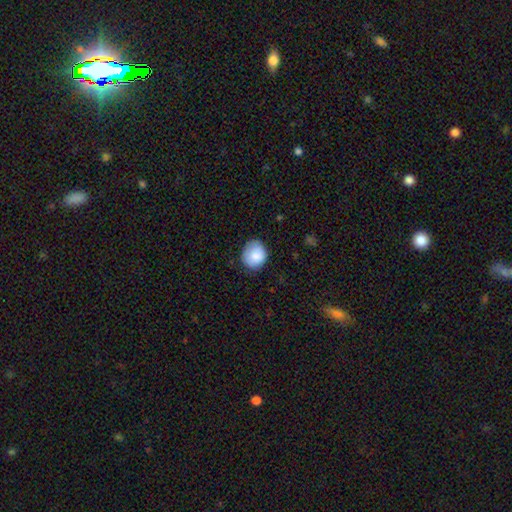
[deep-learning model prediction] A smooth galaxy with no disk features (85%) that is round (71%).

Vote fractions:
- Smooth or featured? smooth: 85% / featured or disk: 8% / star or artifact: 7%
- How rounded? round: 71% / in between: 28% / cigar-shaped: 1%
- Merging? none: 72% / minor disturbance: 22% / major disturbance: 4% / merger: 1%